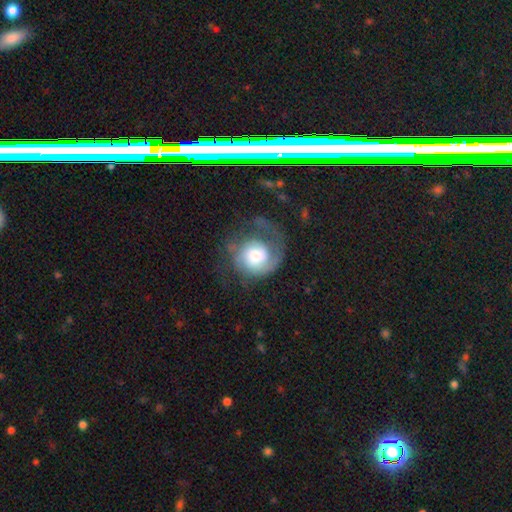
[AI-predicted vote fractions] smooth_or_featured: featured or disk (p=0.67) [alt: smooth p=0.26]
disk_edge_on: no (p=0.98) [alt: yes p=0.02]
bar: no (p=0.71) [alt: weak p=0.24]
has_spiral_arms: yes (p=0.89) [alt: no p=0.11]
spiral_winding: tight (p=0.39) [alt: medium p=0.38]
spiral_arm_count: 2 (p=0.36) [alt: 1 p=0.34]
bulge_size: moderate (p=0.48) [alt: large p=0.28]
merging: none (p=0.45) [alt: major disturbance p=0.33]